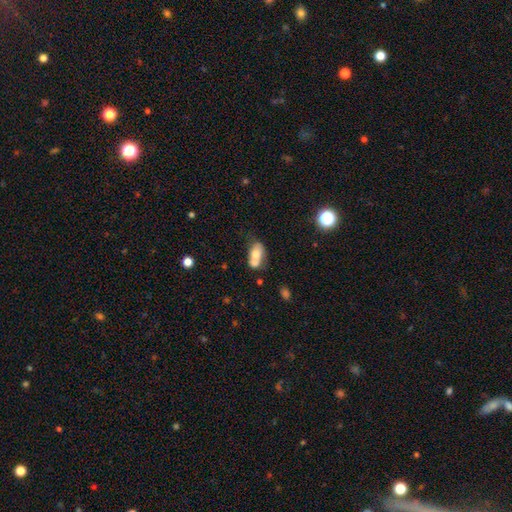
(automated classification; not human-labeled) Smooth or featured? smooth (67%)
How rounded? in between (86%)
Merging? merger (43%)